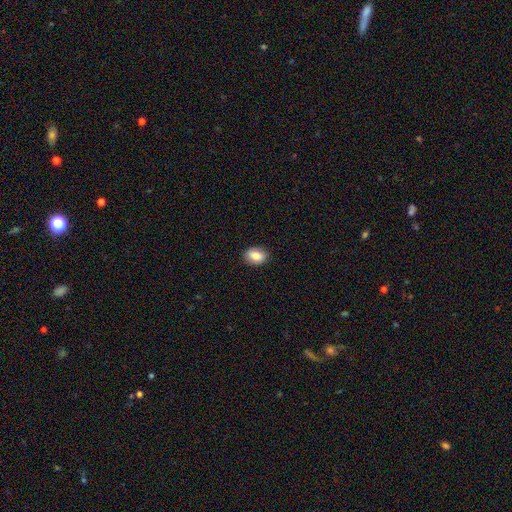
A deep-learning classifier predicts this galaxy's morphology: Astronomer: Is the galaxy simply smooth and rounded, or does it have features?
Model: smooth — 82%.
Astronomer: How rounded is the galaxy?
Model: in between — 78%.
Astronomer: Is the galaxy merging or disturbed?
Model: none — 88%.